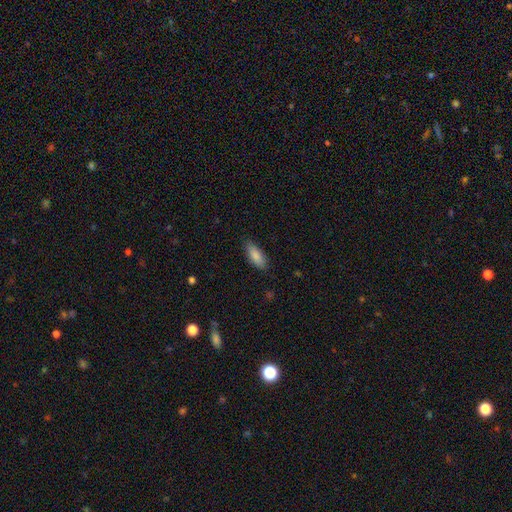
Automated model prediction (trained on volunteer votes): Smooth or featured? Predicted: smooth (p=0.85). How rounded? Predicted: in between (p=0.75). Merging? Predicted: none (p=0.81).